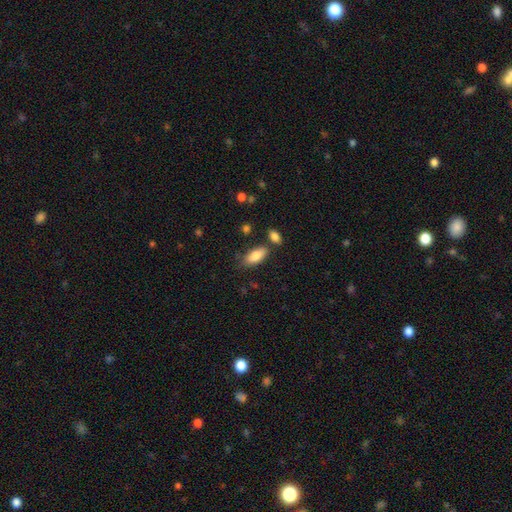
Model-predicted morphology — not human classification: Smooth or featured? Predicted: smooth (p=0.82). How rounded? Predicted: in between (p=0.86). Merging? Predicted: none (p=0.71).